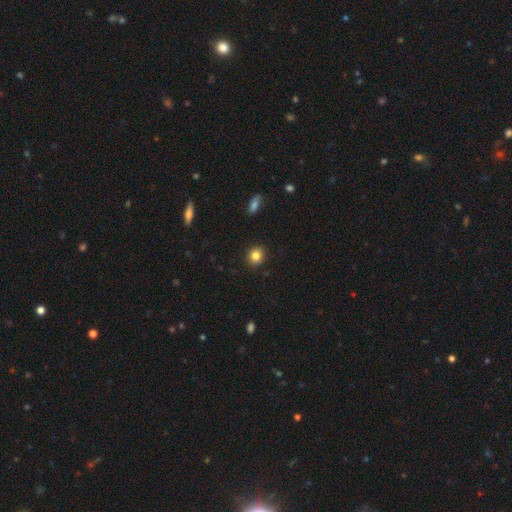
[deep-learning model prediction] Smooth or featured: smooth — 84% (star or artifact — 10%)
How rounded: round — 83% (in between — 16%)
Merging: none — 90% (minor disturbance — 7%)